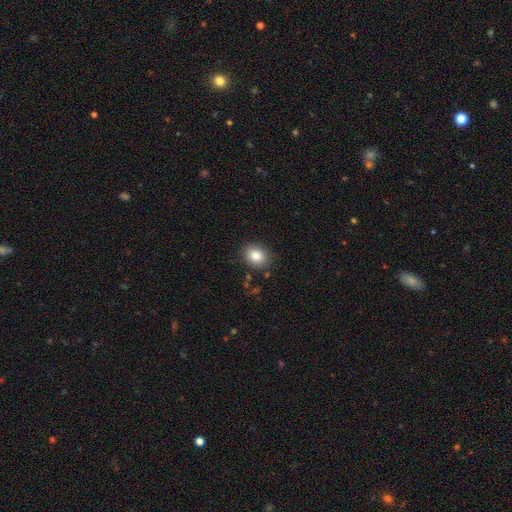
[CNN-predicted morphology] The model was most divided on "how rounded": in between: 52%, round: 47%, cigar-shaped: 1%. More confident: merging — none (86%); smooth or featured — smooth (85%).